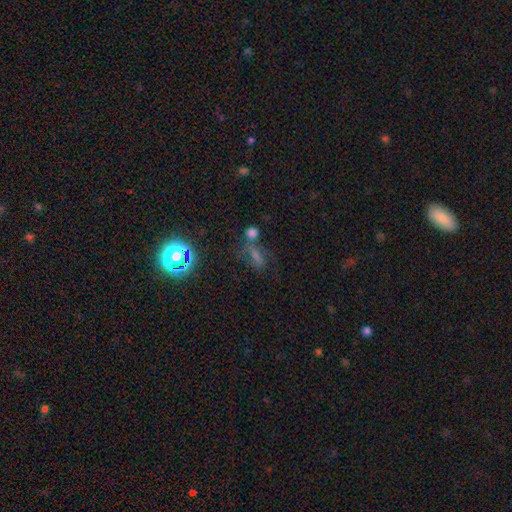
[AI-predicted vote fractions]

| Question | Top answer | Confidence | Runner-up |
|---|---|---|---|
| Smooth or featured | star or artifact | 43% | smooth (37%) |